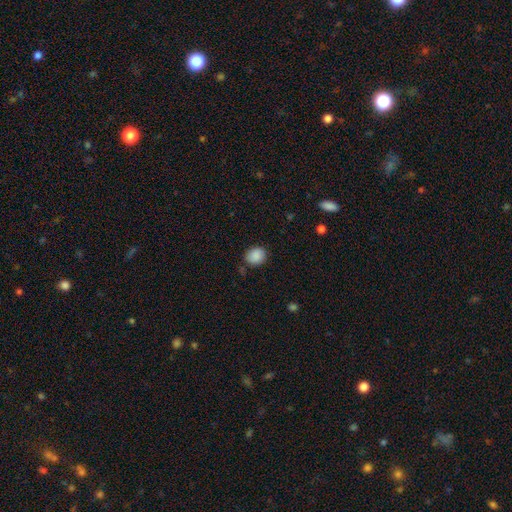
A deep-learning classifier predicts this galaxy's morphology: This is clearly a smooth galaxy (88%). How rounded: likely round (66%). Merging: likely none (80%).